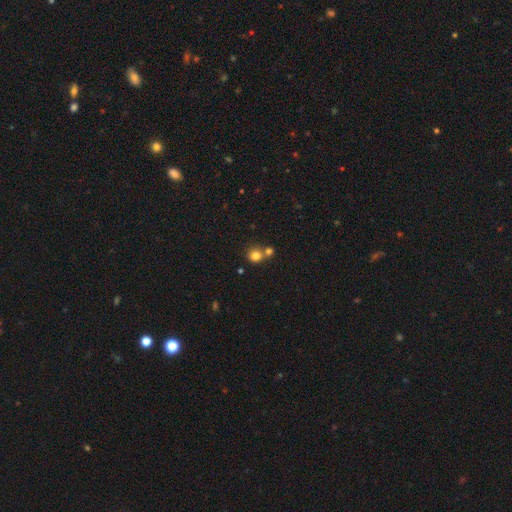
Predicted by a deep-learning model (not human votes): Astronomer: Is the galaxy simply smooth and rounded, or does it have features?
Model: smooth — 80%.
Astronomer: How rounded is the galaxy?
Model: round — 88%.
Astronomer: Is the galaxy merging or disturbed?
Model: none — 54% (runner-up: merger, 36%).